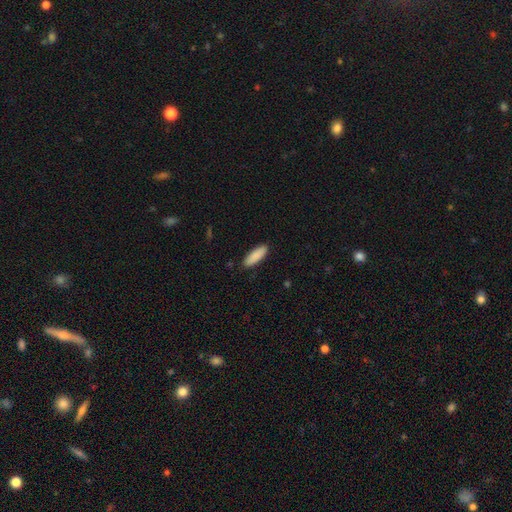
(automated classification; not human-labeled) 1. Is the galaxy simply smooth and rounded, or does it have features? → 89% smooth, 6% star or artifact, 5% featured or disk.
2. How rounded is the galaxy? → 52% in between, 46% cigar-shaped, 1% round.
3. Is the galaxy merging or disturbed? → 89% none, 9% minor disturbance, 2% major disturbance, 1% merger.